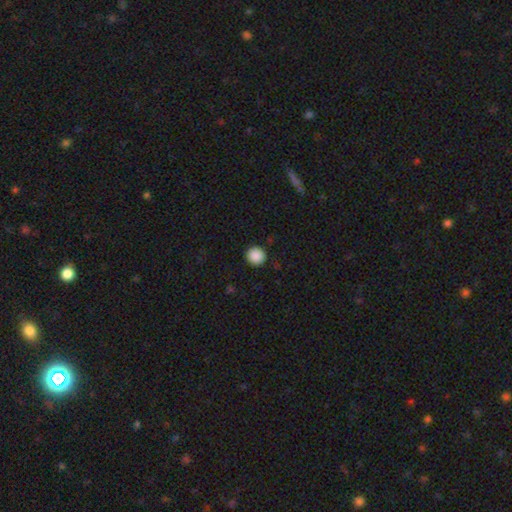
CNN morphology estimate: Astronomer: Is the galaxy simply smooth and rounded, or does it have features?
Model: smooth — 89%.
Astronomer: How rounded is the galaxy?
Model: round — 94%.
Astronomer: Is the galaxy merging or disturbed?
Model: none — 92%.